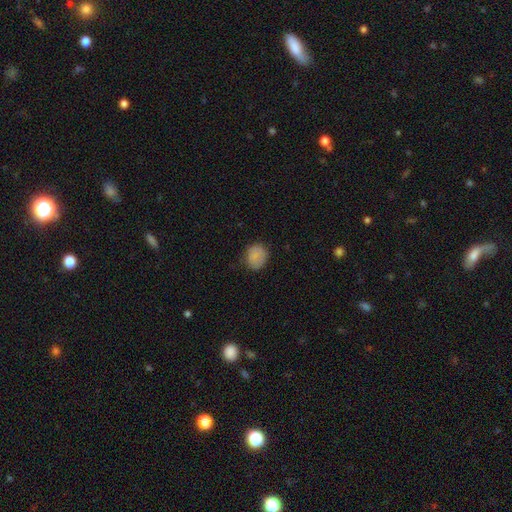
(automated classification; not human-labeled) A smooth galaxy with no disk features (83%) that is round (76%). Merging: none (74%).